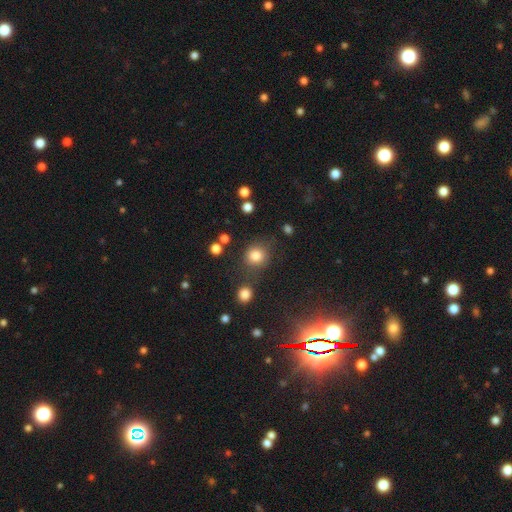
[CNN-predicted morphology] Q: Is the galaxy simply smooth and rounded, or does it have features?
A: smooth — 81%.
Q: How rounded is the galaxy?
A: round — 85%.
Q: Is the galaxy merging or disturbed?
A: none — 73%.